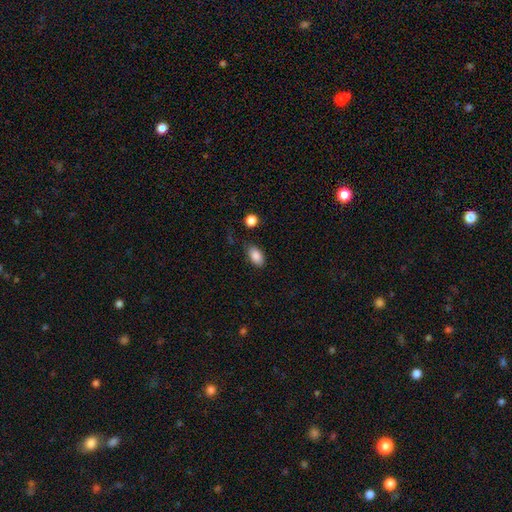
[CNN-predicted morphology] This appears to be a smooth galaxy with no disk features (87%) that is in between round and cigar-shaped (92%). Merging: none (78%).